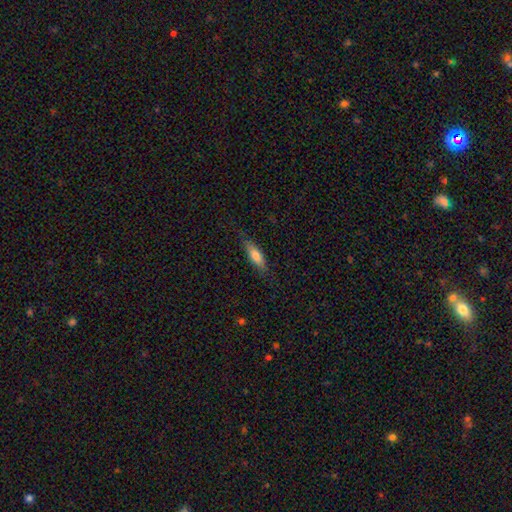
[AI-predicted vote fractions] A smooth galaxy with no disk features (72%) that is cigar-shaped (54%).

Vote fractions:
- Smooth or featured? smooth: 72% / featured or disk: 22% / star or artifact: 6%
- How rounded? cigar-shaped: 54% / in between: 44% / round: 2%
- Merging? none: 80% / minor disturbance: 15% / major disturbance: 4% / merger: 1%